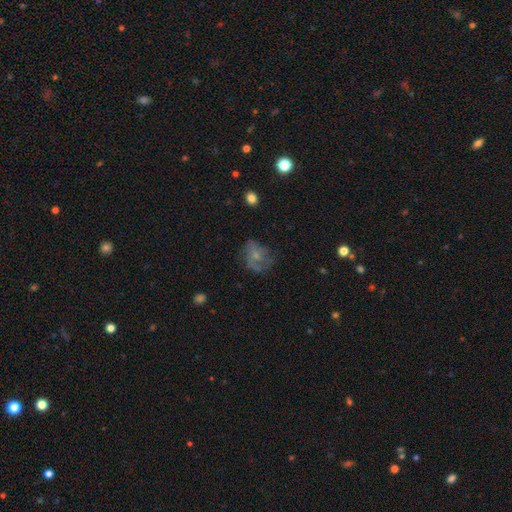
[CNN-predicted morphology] smooth_or_featured: featured or disk (p=0.48) [alt: smooth p=0.41]
merging: none (p=0.48) [alt: minor disturbance p=0.26]